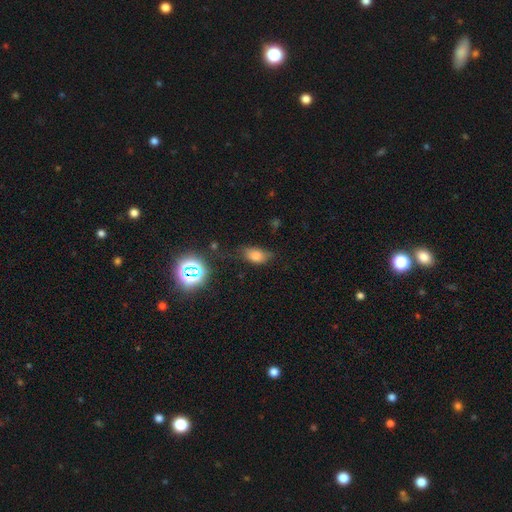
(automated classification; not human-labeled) smooth_or_featured: smooth (p=0.74) [alt: star or artifact p=0.15]
how_rounded: in between (p=0.86) [alt: round p=0.11]
merging: none (p=0.55) [alt: minor disturbance p=0.31]